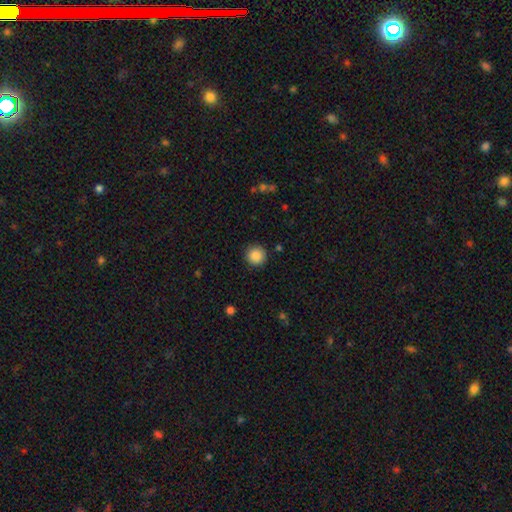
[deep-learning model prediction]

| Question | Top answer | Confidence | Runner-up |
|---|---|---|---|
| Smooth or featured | smooth | 87% | star or artifact (9%) |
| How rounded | round | 95% | in between (4%) |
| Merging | none | 91% | minor disturbance (6%) |